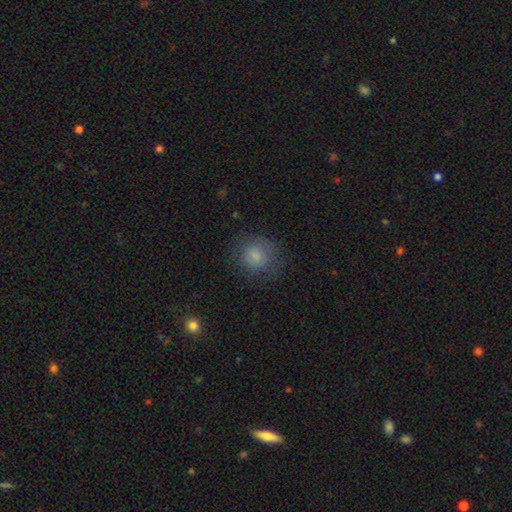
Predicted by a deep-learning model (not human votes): Smooth or featured? Predicted: smooth (p=0.80). How rounded? Predicted: round (p=0.78). Merging? Predicted: none (p=0.71).